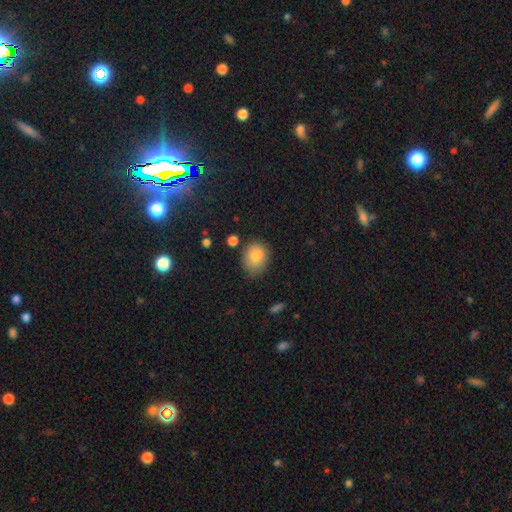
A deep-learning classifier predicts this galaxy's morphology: Smooth or featured: smooth — 84% (star or artifact — 8%)
How rounded: in between — 50% (round — 49%)
Merging: none — 64% (minor disturbance — 25%)